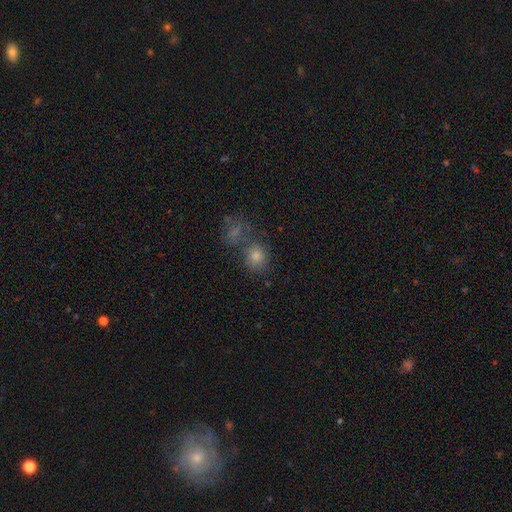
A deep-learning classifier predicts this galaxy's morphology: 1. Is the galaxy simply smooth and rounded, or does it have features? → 67% smooth, 19% star or artifact, 13% featured or disk.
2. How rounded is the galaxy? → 67% round, 32% in between, 2% cigar-shaped.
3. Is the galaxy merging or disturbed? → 51% none, 32% merger, 11% minor disturbance, 6% major disturbance.